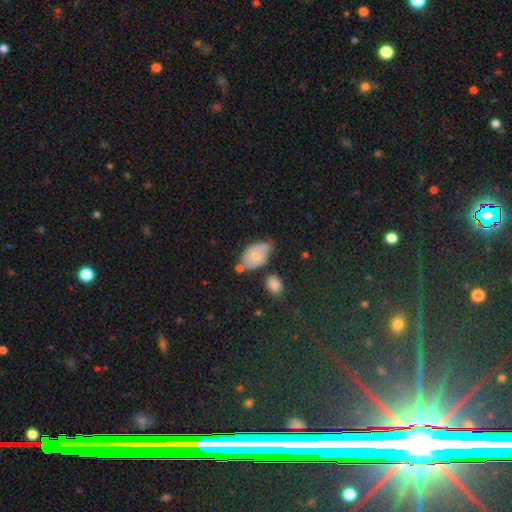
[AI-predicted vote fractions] Q: Smooth or featured?
A: smooth (62%); runner-up: featured or disk (29%)
Q: How rounded?
A: in between (87%); runner-up: round (11%)
Q: Merging?
A: none (39%); runner-up: minor disturbance (36%)